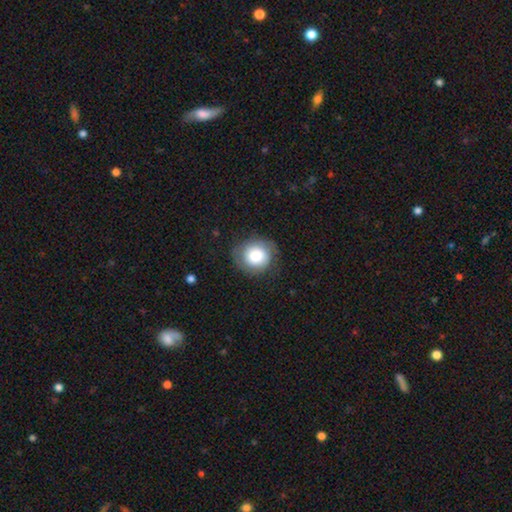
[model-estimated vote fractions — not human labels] Overall: smooth (73%). How rounded: round (87%). Merging: none (76%).